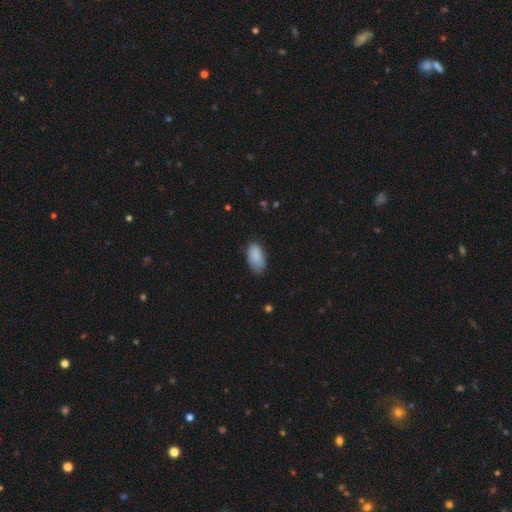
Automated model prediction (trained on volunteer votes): Smooth or featured? Predicted: smooth (p=0.88). How rounded? Predicted: in between (p=0.94). Merging? Predicted: none (p=0.73).